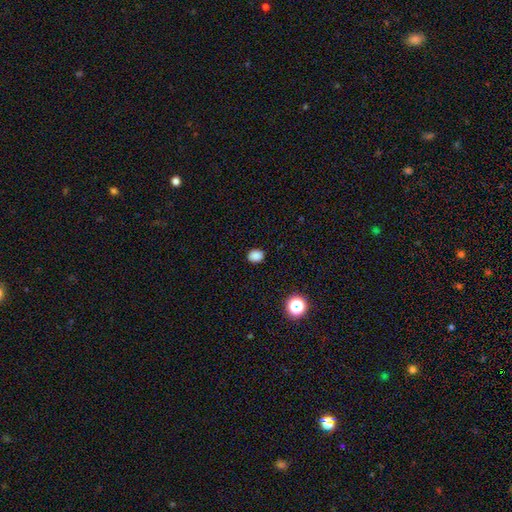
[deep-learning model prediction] A smooth galaxy with no disk features (84%) that is round (51%). Merging: none (88%).